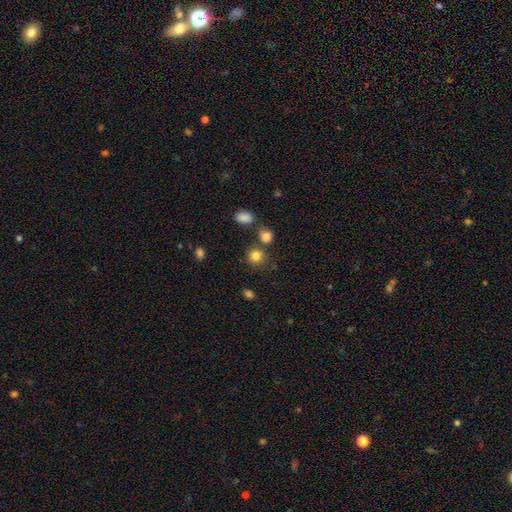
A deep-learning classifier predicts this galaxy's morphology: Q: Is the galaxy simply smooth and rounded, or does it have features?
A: smooth — 82%.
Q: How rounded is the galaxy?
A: round — 85%.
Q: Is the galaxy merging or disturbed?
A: none — 72%.